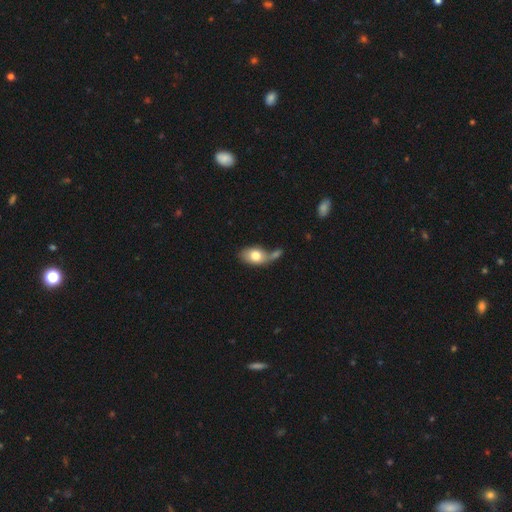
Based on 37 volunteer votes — A smooth galaxy with no disk features (86%) that is in between round and cigar-shaped (81%).

Vote fractions:
- Smooth or featured? smooth: 86% / featured or disk: 14% / star or artifact: 0%
- How rounded? in between: 81% / round: 16% / cigar-shaped: 3%
- Merging? merger: 46% / none: 30% / minor disturbance: 22% / major disturbance: 3%